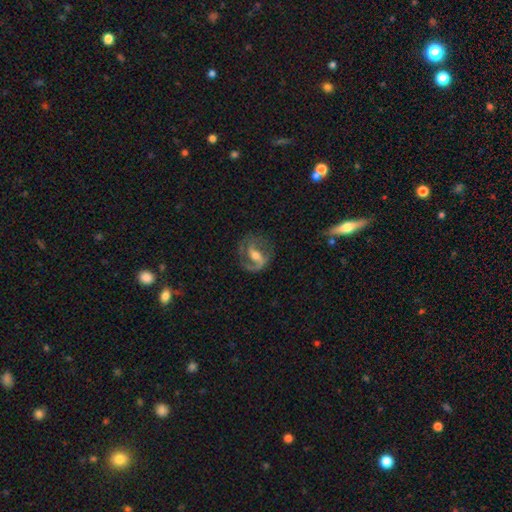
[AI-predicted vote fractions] Smooth or featured: featured or disk — 80% (smooth — 14%)
Edge-on disk: no — 96% (yes — 4%)
Bar: weak — 44% (strong — 35%)
Spiral arms: yes — 90% (no — 10%)
Spiral winding: medium — 49% (loose — 32%)
Spiral arm count: 2 — 68% (1 — 22%)
Bulge size: moderate — 62% (small — 25%)
Merging: none — 62% (minor disturbance — 18%)